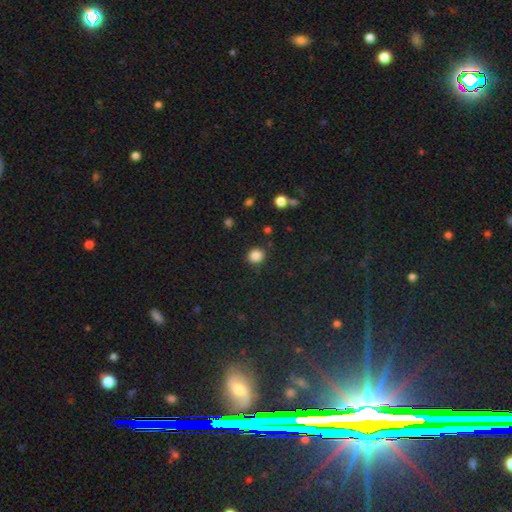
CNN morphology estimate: smooth-or-featured: smooth: 86% | star or artifact: 11% | featured or disk: 3%
  how-rounded: round: 83% | in between: 16% | cigar-shaped: 1%
  merging: none: 86% | minor disturbance: 9% | major disturbance: 3% | merger: 2%